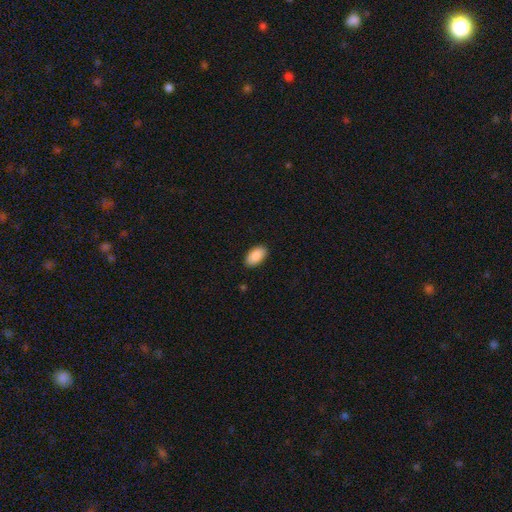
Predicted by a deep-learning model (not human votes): smooth-or-featured: smooth: 90% | star or artifact: 6% | featured or disk: 4%
  how-rounded: in between: 95% | round: 3% | cigar-shaped: 2%
  merging: none: 89% | minor disturbance: 8% | major disturbance: 2% | merger: 1%